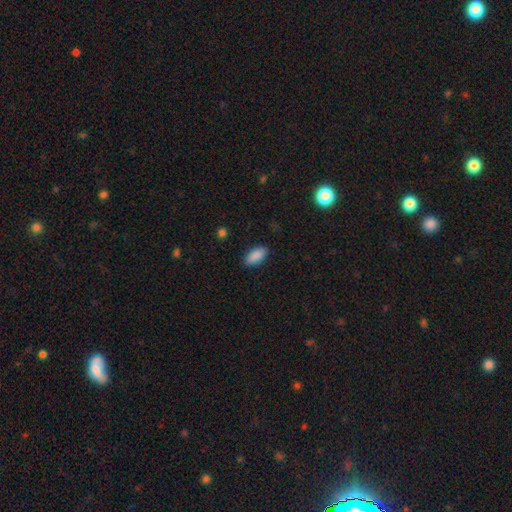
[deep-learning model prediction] Smooth or featured: smooth — 89% (star or artifact — 7%)
How rounded: in between — 86% (cigar-shaped — 12%)
Merging: none — 88% (minor disturbance — 9%)